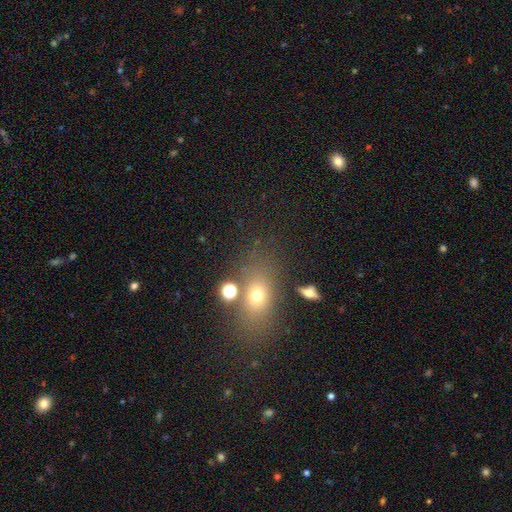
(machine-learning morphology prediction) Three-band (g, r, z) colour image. It shows a smooth galaxy with no disk features (58%) that is in between round and cigar-shaped (66%). Merging: none (74%).